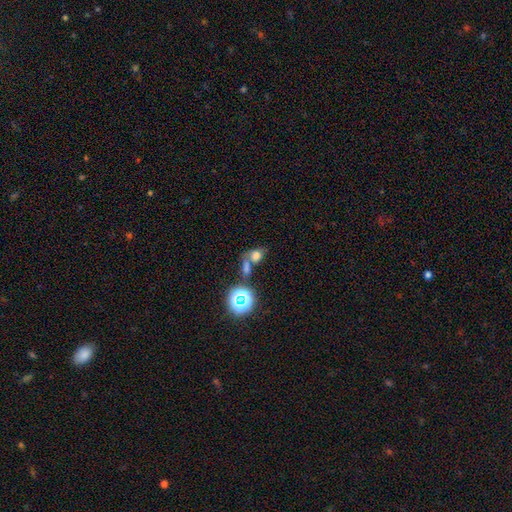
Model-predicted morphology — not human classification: smooth_or_featured: smooth (p=0.66) [alt: star or artifact p=0.21]
how_rounded: in between (p=0.64) [alt: round p=0.34]
merging: merger (p=0.45) [alt: none p=0.35]